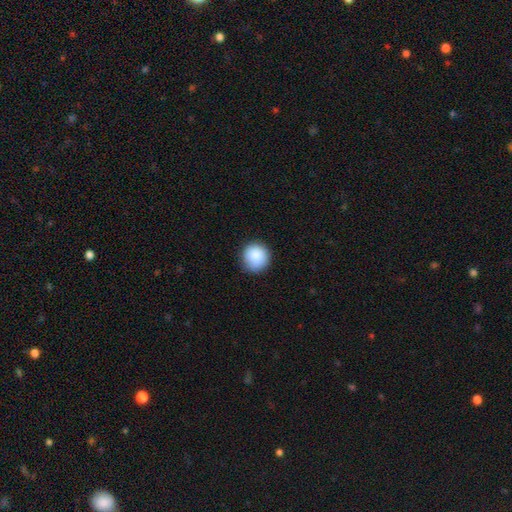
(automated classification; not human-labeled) This is clearly a smooth galaxy (88%). How rounded: clearly round (90%). Merging: clearly none (84%).